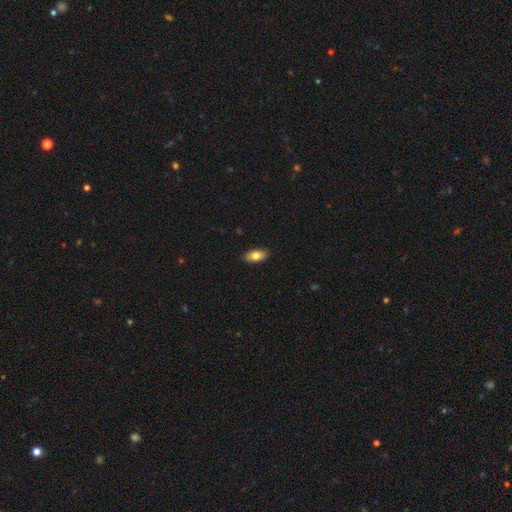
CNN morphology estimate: A smooth galaxy with no disk features (79%) that is in between round and cigar-shaped (90%).

Vote fractions:
- Smooth or featured? smooth: 79% / featured or disk: 14% / star or artifact: 7%
- How rounded? in between: 90% / cigar-shaped: 7% / round: 3%
- Merging? none: 89% / minor disturbance: 8% / major disturbance: 2% / merger: 1%